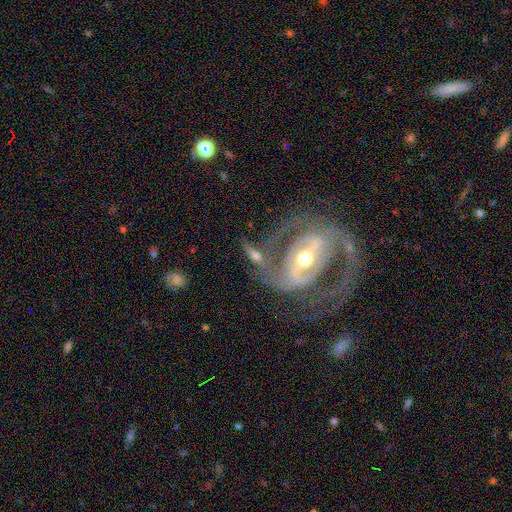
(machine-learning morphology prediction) The model was most divided on "bar": strong: 39%, no: 30%, weak: 30%. Remaining: edge-on disk — no (80%); smooth or featured — featured or disk (73%); bulge size — moderate (71%); spiral arms — yes (68%); merging — none (40%).